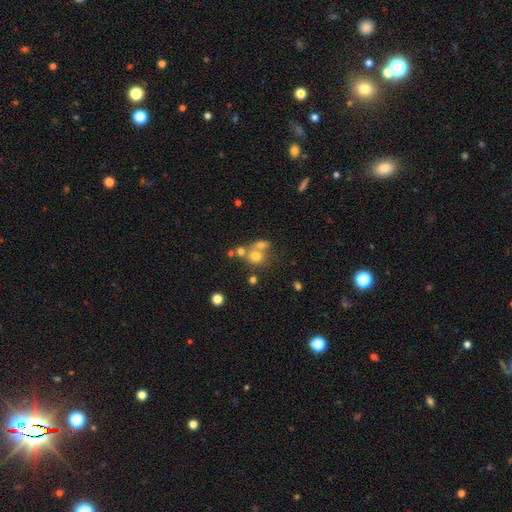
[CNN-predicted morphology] smooth 67%, featured or disk 17%, star or artifact 16%. Down the decision tree: how rounded — round (80%); merging — merger (45%).